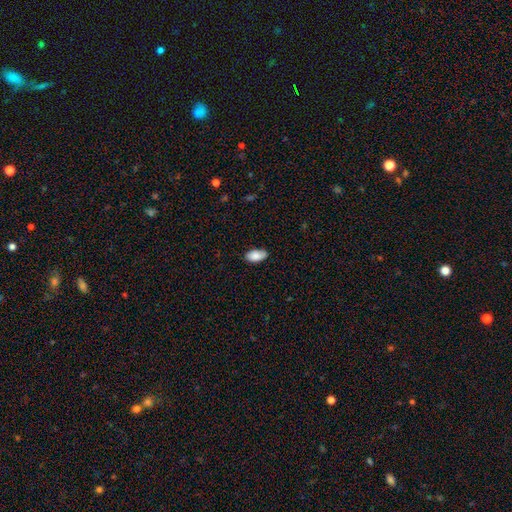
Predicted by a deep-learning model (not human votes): This is clearly a smooth galaxy (85%). How rounded: clearly in between (94%). Merging: likely none (77%).